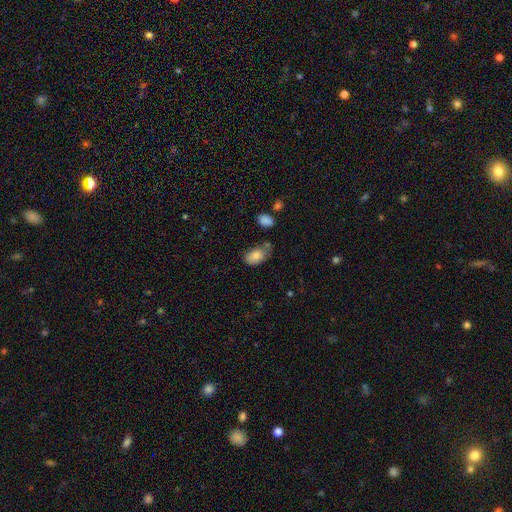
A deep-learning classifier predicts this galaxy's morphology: smooth 82%, featured or disk 10%, star or artifact 8%. Down the decision tree: how rounded — in between (90%); merging — none (55%).